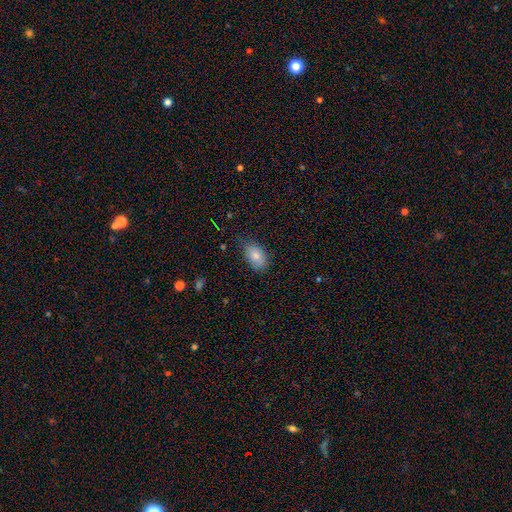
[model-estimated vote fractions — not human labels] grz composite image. It shows a smooth galaxy with no disk features (81%) that is in between round and cigar-shaped (88%). Merging: none (65%).